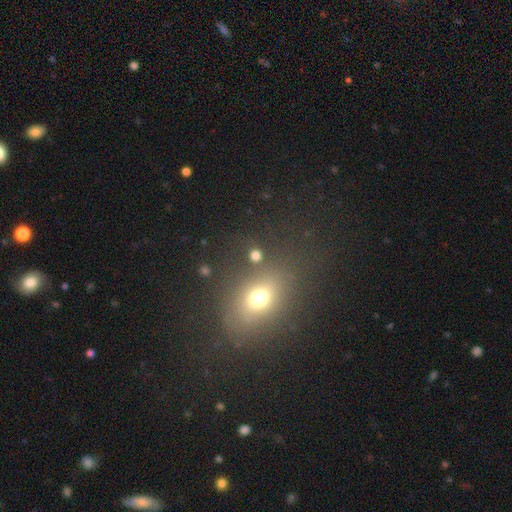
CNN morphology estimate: smooth-or-featured: smooth: 72% | star or artifact: 21% | featured or disk: 7%
  how-rounded: round: 81% | in between: 18% | cigar-shaped: 2%
  merging: none: 80% | merger: 8% | minor disturbance: 8% | major disturbance: 4%